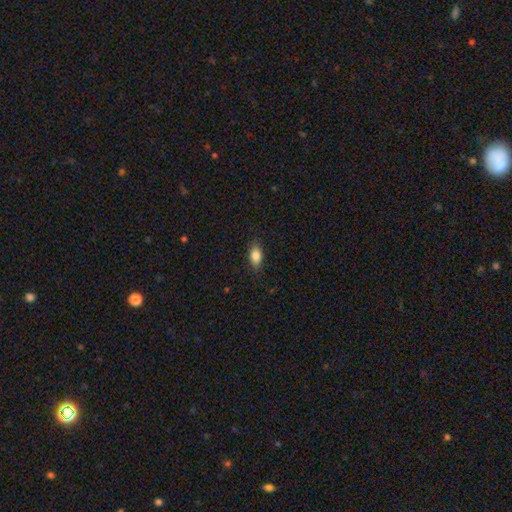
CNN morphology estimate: Overall: smooth (84%). How rounded: in between (85%). Merging: none (85%).